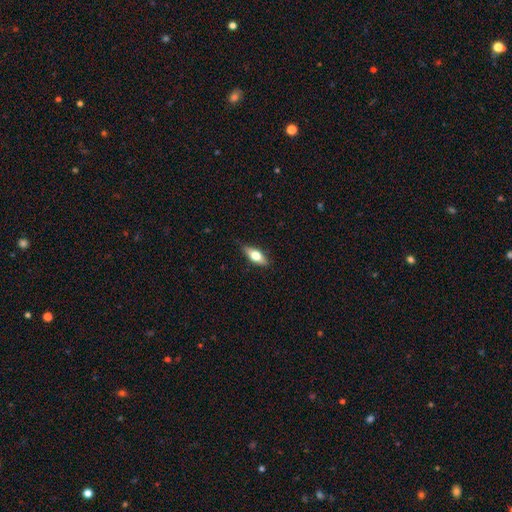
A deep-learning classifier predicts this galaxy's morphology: A smooth galaxy with no disk features (55%) that is in between round and cigar-shaped (67%).

Vote fractions:
- Smooth or featured? smooth: 55% / featured or disk: 39% / star or artifact: 6%
- How rounded? in between: 67% / cigar-shaped: 29% / round: 4%
- Merging? none: 85% / minor disturbance: 12% / major disturbance: 2% / merger: 1%